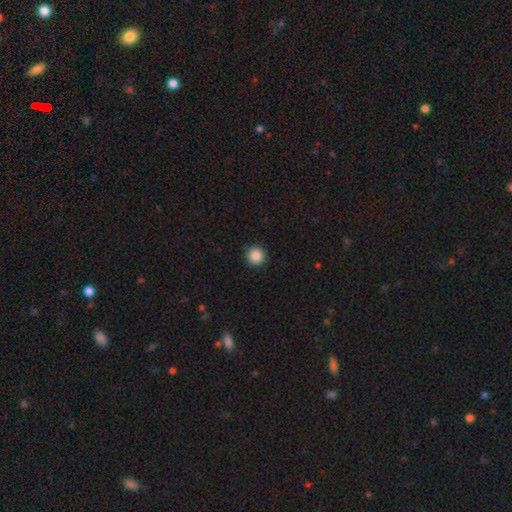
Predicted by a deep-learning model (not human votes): Morphology: type=smooth (88%); roundness=round (96%); merging=none (92%).